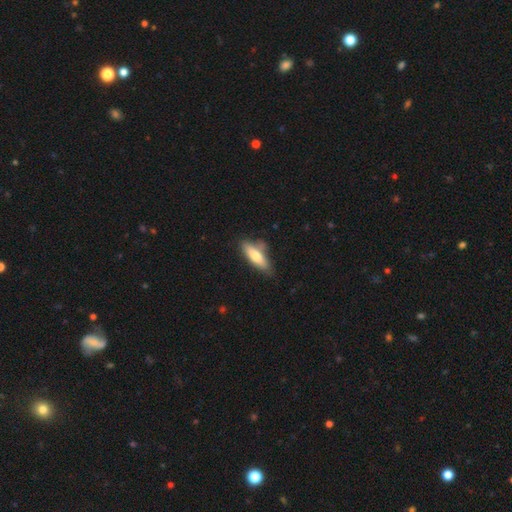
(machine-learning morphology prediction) Q: Smooth or featured?
A: smooth (67%); runner-up: featured or disk (27%)
Q: How rounded?
A: cigar-shaped (52%); runner-up: in between (46%)
Q: Merging?
A: none (70%); runner-up: minor disturbance (20%)